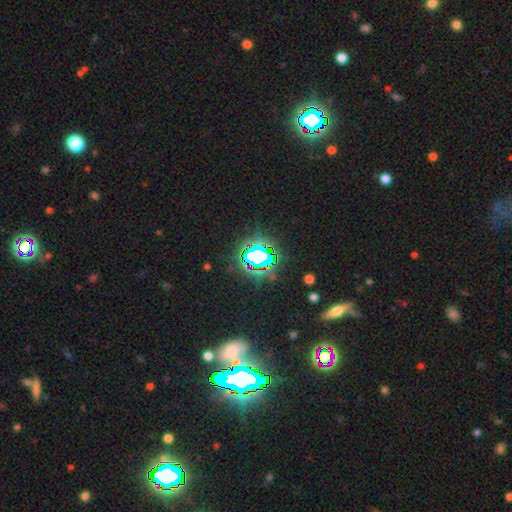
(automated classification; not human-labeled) smooth_or_featured: star or artifact (p=0.74) [alt: smooth p=0.15]